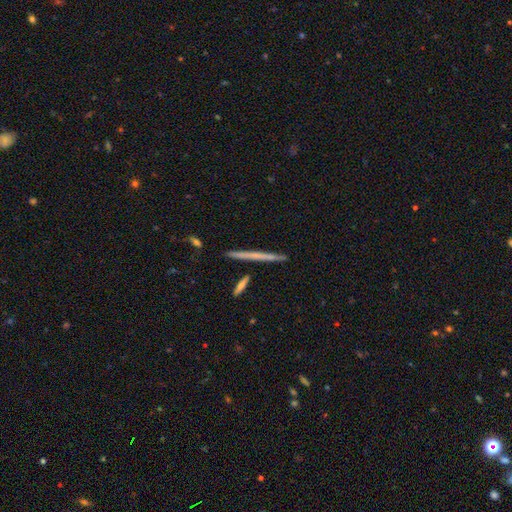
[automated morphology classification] smooth-or-featured: featured or disk: 51% | smooth: 43% | star or artifact: 6%
  disk-edge-on: yes: 97% | no: 3%
  merging: none: 89% | minor disturbance: 6% | merger: 3% | major disturbance: 1%